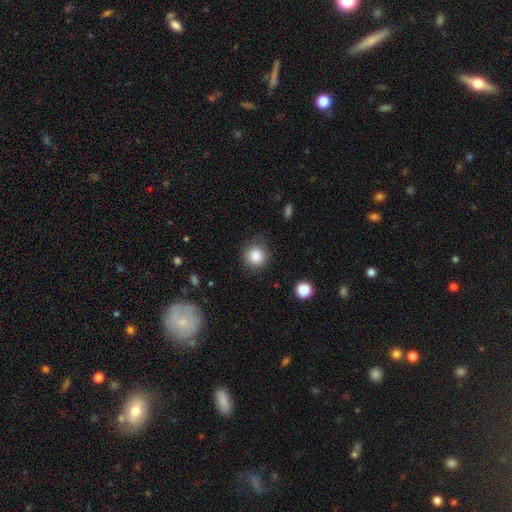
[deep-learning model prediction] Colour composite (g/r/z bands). It shows a smooth galaxy with no disk features (85%) that is round (90%). Merging: none (81%).